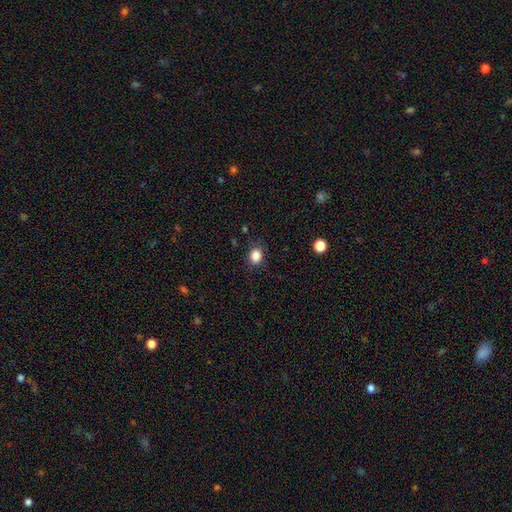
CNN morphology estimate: Smooth or featured: smooth — 86% (star or artifact — 10%)
How rounded: round — 50% (in between — 49%)
Merging: none — 81% (minor disturbance — 14%)